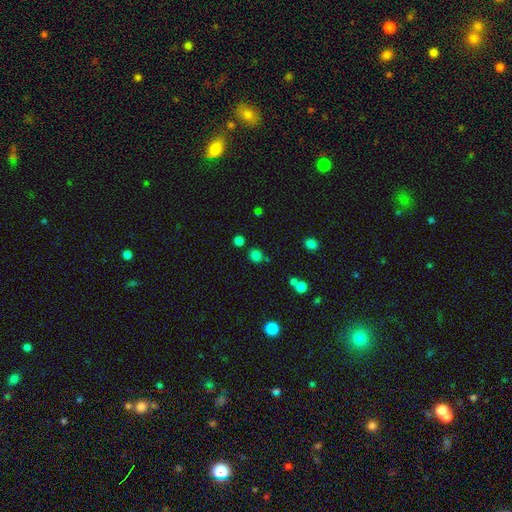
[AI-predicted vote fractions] smooth_or_featured: smooth (p=0.78) [alt: star or artifact p=0.17]
how_rounded: round (p=0.81) [alt: in between p=0.18]
merging: none (p=0.78) [alt: minor disturbance p=0.10]